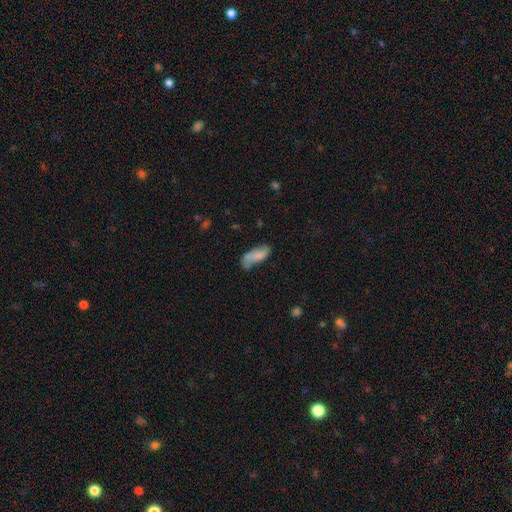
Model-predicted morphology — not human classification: smooth-or-featured: smooth: 65% | featured or disk: 27% | star or artifact: 8%
  how-rounded: in between: 80% | cigar-shaped: 18% | round: 3%
  merging: none: 41% | minor disturbance: 30% | major disturbance: 18% | merger: 11%